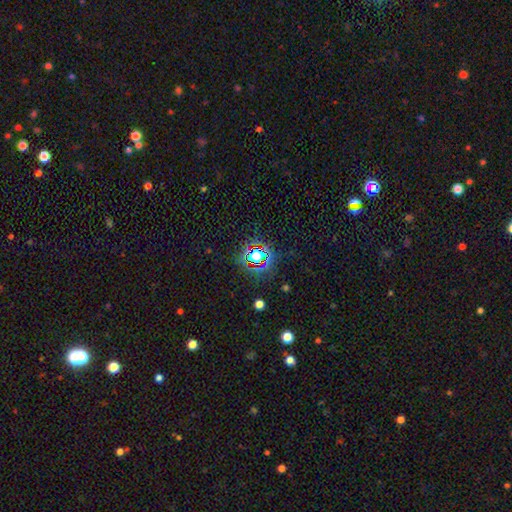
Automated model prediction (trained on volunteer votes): This appears to be a star or artifact, not a galaxy (67%).